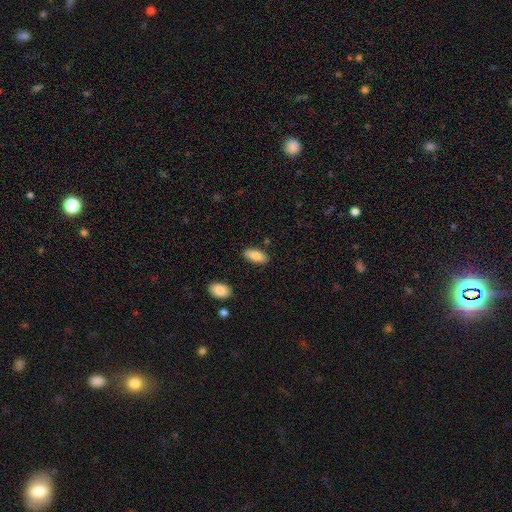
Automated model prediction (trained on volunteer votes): Smooth or featured: smooth — 85% (featured or disk — 9%)
How rounded: in between — 90% (cigar-shaped — 8%)
Merging: none — 86% (minor disturbance — 10%)